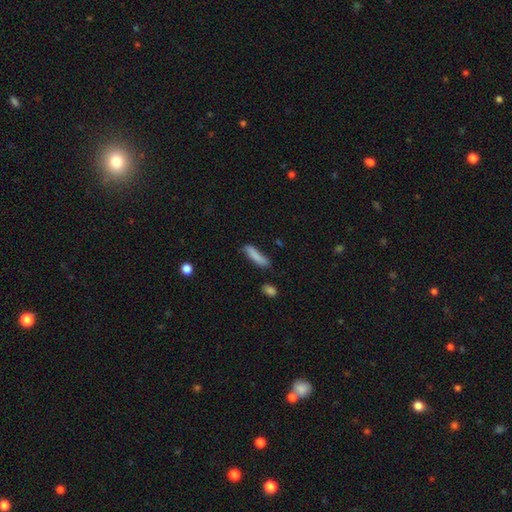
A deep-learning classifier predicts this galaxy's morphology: This appears to be a smooth galaxy with no disk features (83%) that is cigar-shaped (78%). Merging: none (68%).